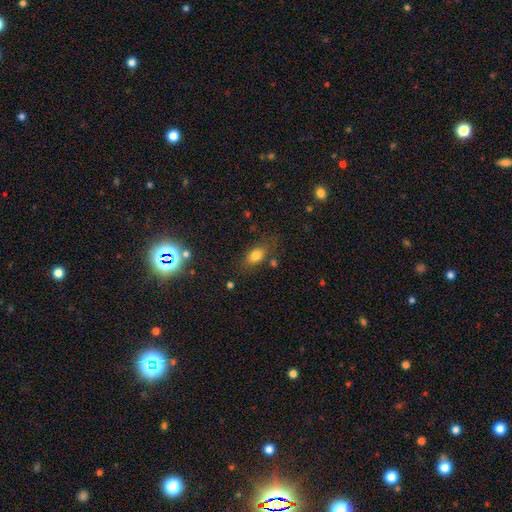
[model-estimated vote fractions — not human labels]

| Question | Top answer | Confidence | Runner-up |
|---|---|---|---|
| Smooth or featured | smooth | 79% | star or artifact (12%) |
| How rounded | in between | 81% | round (15%) |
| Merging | none | 72% | minor disturbance (17%) |